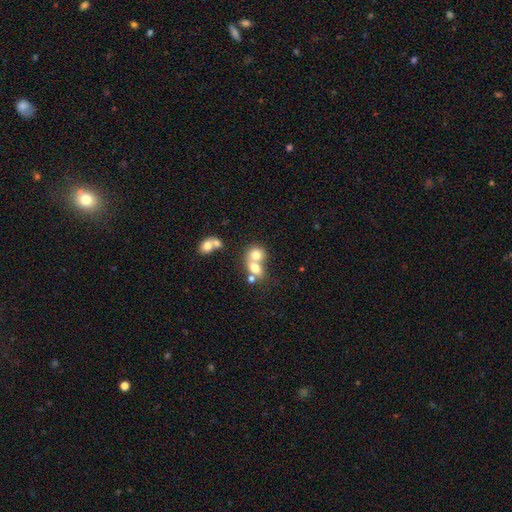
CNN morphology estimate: Overall: smooth (69%). How rounded: round (68%; in between 31%). Merging: merger (65%).